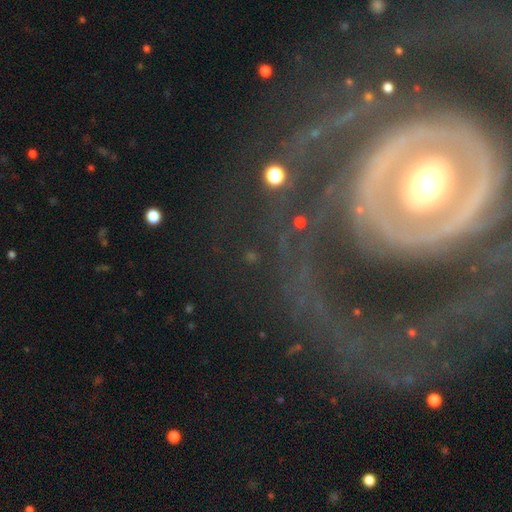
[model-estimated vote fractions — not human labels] Morphology: type=featured or disk (78%); edge-on=no (92%); bar=no (64%); spiral arms=yes (56%); bulge=moderate (60%); merging=none (67%).